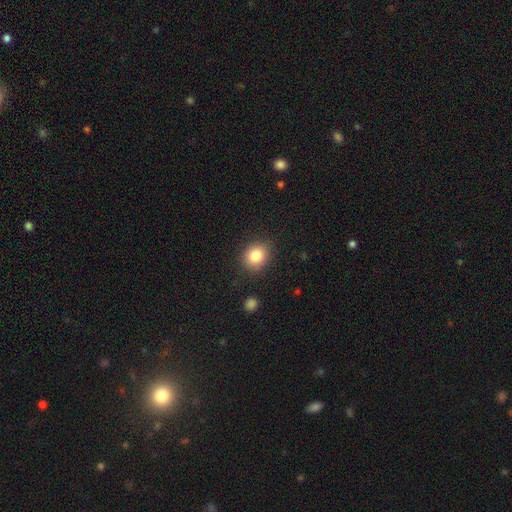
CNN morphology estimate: Overall: smooth (84%). How rounded: round (63%; in between 36%). Merging: none (85%).